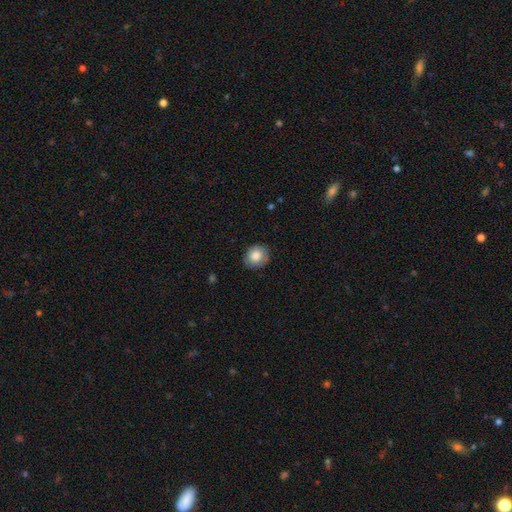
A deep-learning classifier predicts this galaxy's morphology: The model was most divided on "how rounded": round: 70%, in between: 29%, cigar-shaped: 1%. More confident: smooth or featured — smooth (82%); merging — none (82%).